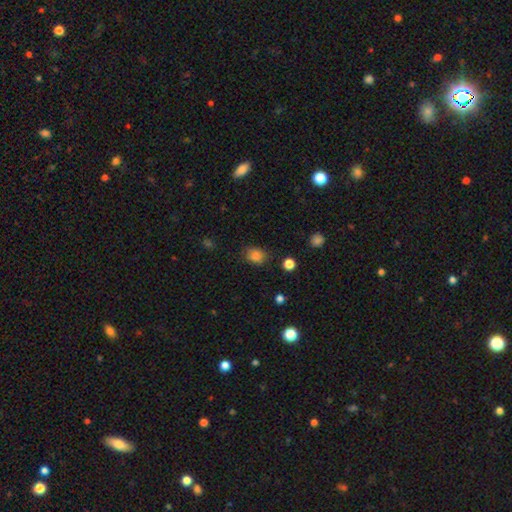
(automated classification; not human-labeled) Smooth or featured? smooth (83%)
How rounded? round (61%)
Merging? none (80%)